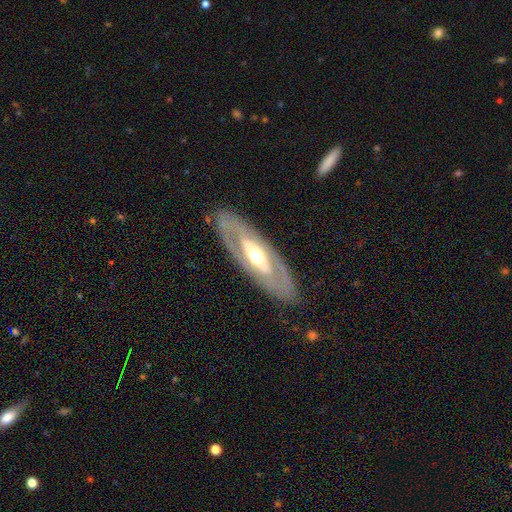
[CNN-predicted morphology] Smooth or featured? featured or disk (74%)
Edge-on disk? no (81%)
Bar? no (64%)
Spiral arms? no (65%)
Bulge size? moderate (68%)
Merging? none (84%)